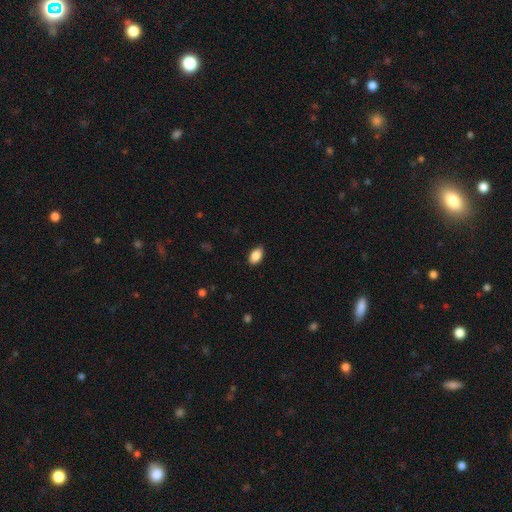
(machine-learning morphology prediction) This appears to be a smooth galaxy with no disk features (88%) that is in between round and cigar-shaped (92%). Merging: none (86%).